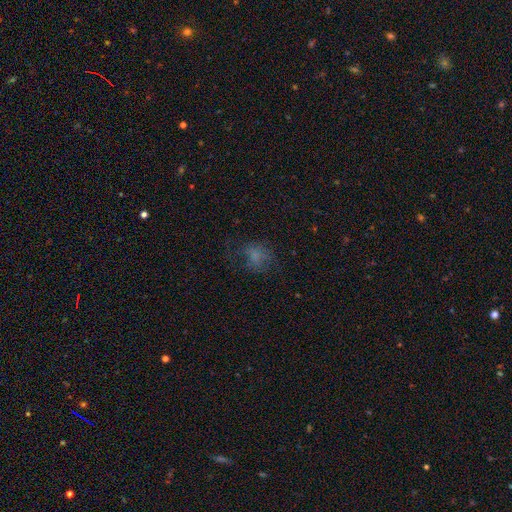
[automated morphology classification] Overall: smooth (60%). How rounded: round (60%; in between 39%). Merging: none (52%; major disturbance 25%).